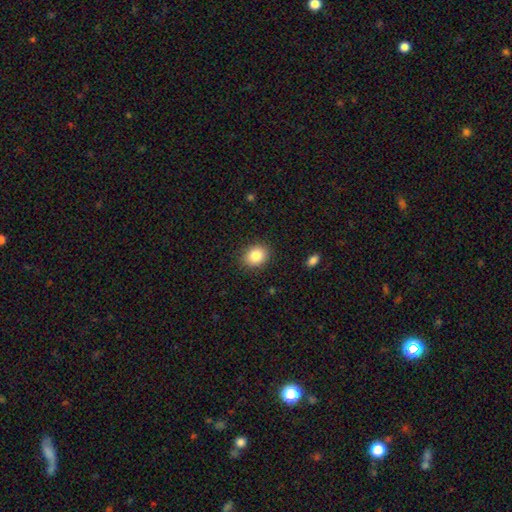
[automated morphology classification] A smooth galaxy with no disk features (84%) that is round (56%). Merging: none (88%).